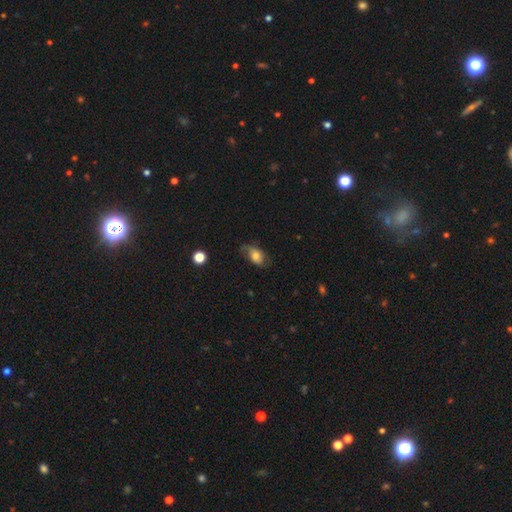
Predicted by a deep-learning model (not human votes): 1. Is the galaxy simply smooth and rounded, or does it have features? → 63% smooth, 28% featured or disk, 9% star or artifact.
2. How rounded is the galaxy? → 85% in between, 12% round, 3% cigar-shaped.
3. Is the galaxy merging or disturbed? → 53% none, 30% minor disturbance, 15% major disturbance, 2% merger.